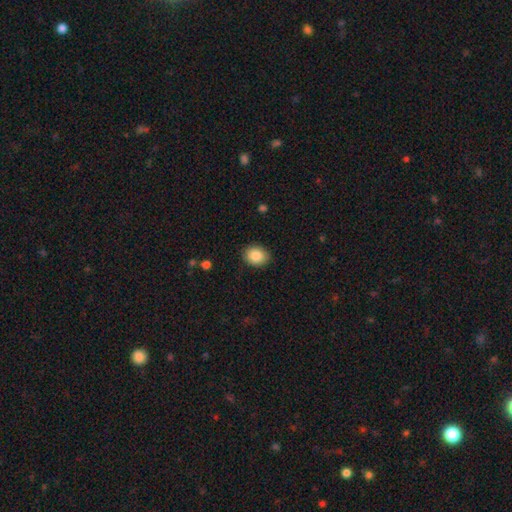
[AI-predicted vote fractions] Smooth or featured?
  - smooth: 87% *
  - star or artifact: 8%
  - featured or disk: 6%
How rounded?
  - in between: 51% *
  - round: 48%
  - cigar-shaped: 1%
Merging?
  - none: 88% *
  - minor disturbance: 9%
  - major disturbance: 2%
  - merger: 1%